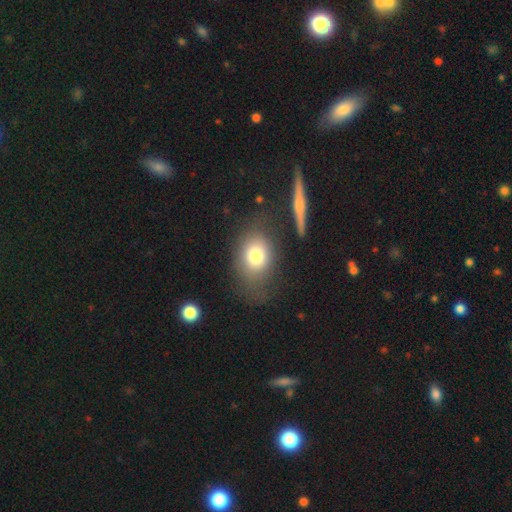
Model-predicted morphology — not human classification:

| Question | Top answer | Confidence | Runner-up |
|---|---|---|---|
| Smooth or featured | smooth | 75% | featured or disk (16%) |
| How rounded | in between | 58% | round (41%) |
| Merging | none | 60% | minor disturbance (19%) |